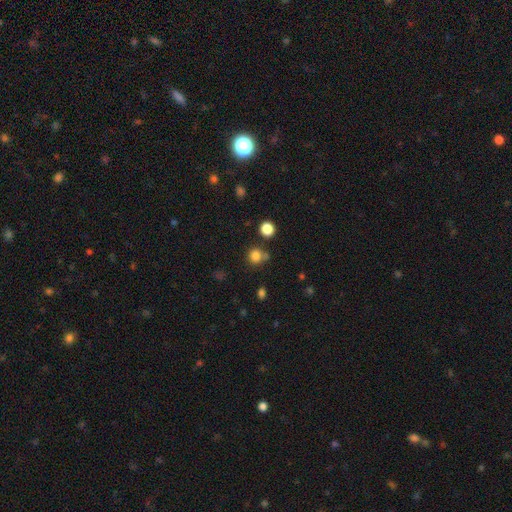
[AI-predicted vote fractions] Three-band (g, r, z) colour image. It shows a smooth galaxy with no disk features (81%) that is round (88%). Merging: none (69%).